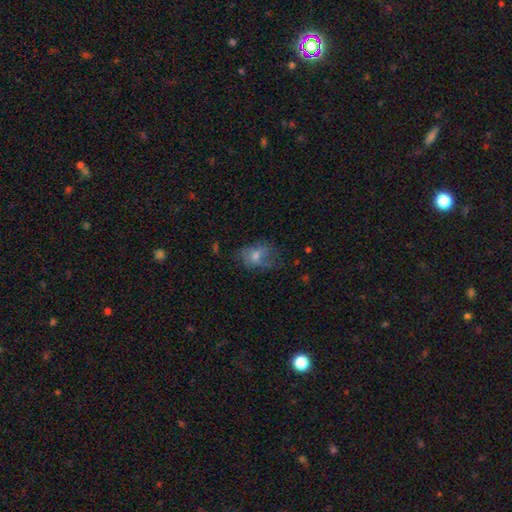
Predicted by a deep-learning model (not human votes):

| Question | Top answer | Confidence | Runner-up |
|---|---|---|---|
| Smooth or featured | smooth | 53% | featured or disk (35%) |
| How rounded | in between | 72% | round (27%) |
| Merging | none | 51% | minor disturbance (27%) |